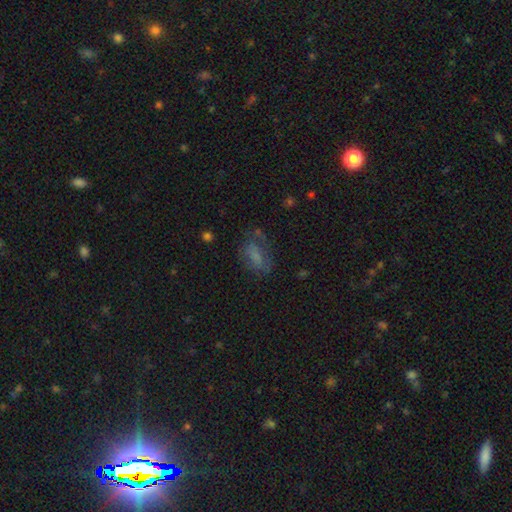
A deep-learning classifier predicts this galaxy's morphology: Smooth or featured? Predicted: smooth (p=0.59). How rounded? Predicted: in between (p=0.83). Merging? Predicted: none (p=0.50).